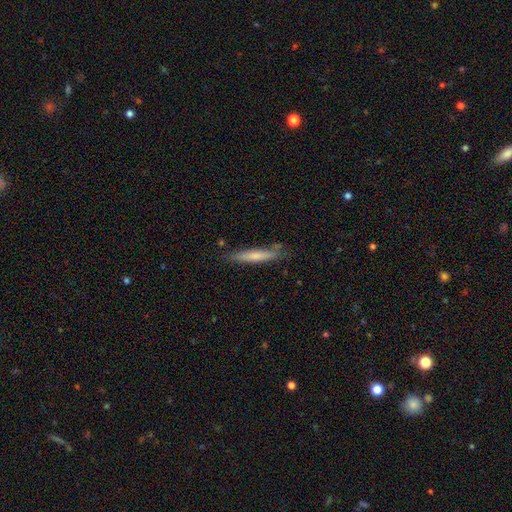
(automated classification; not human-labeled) smooth 64%, featured or disk 30%, star or artifact 6%. Down the decision tree: how rounded — cigar-shaped (93%); merging — none (74%).